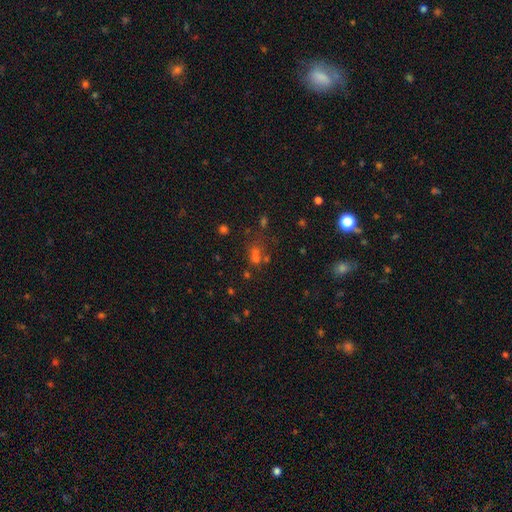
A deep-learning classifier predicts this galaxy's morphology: Smooth or featured? Predicted: smooth (p=0.44). Merging? Predicted: none (p=0.51).